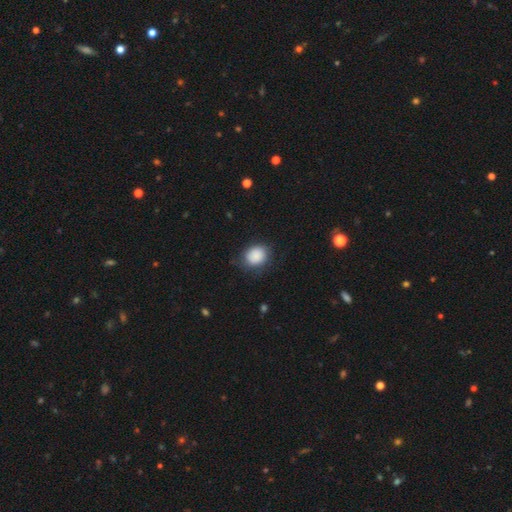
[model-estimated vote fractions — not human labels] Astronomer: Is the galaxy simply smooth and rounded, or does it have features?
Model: smooth — 87%.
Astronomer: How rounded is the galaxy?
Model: round — 69%.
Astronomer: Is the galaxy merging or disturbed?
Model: none — 75%.